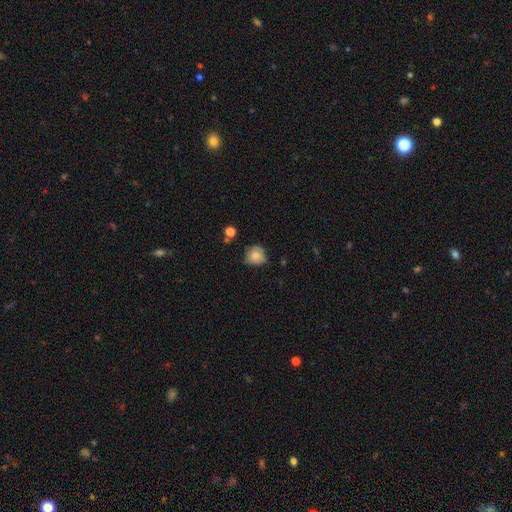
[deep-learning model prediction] This is likely a smooth galaxy (74%). How rounded: clearly round (82%). Merging: likely none (60%).